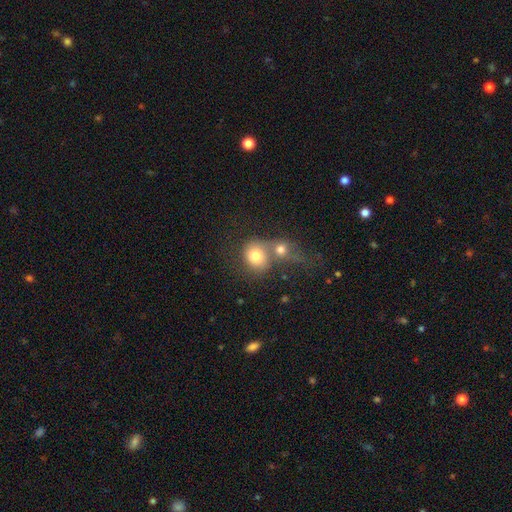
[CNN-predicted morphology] A smooth galaxy with no disk features (75%) that is round (76%).

Vote fractions:
- Smooth or featured? smooth: 75% / featured or disk: 15% / star or artifact: 10%
- How rounded? round: 76% / in between: 23% / cigar-shaped: 1%
- Merging? merger: 62% / none: 25% / minor disturbance: 7% / major disturbance: 6%